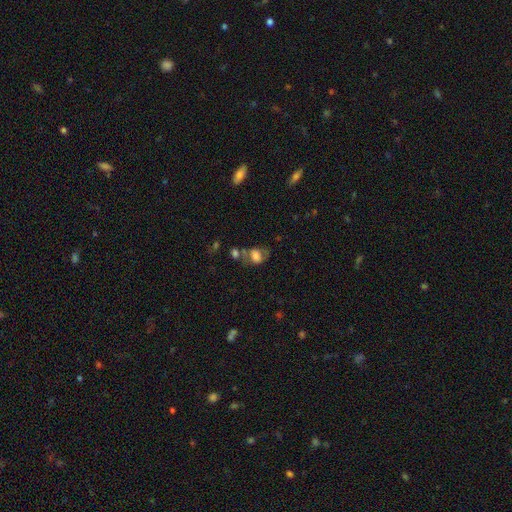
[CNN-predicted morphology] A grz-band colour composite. It shows a smooth galaxy with no disk features (58%) that is in between round and cigar-shaped (70%). Merging: none (41%).